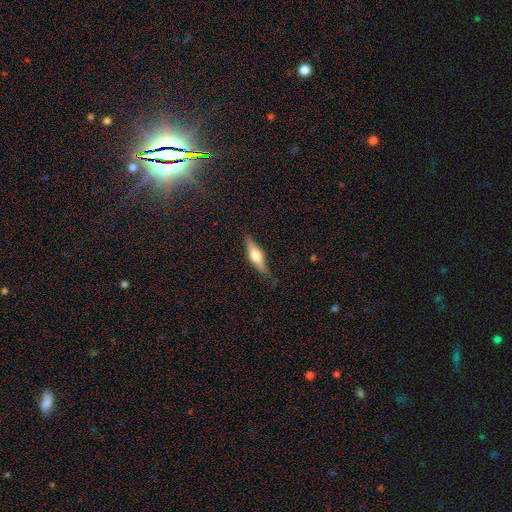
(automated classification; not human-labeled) Q: Smooth or featured?
A: featured or disk (47%); tied with: smooth (47%)
Q: Merging?
A: none (81%); runner-up: minor disturbance (15%)